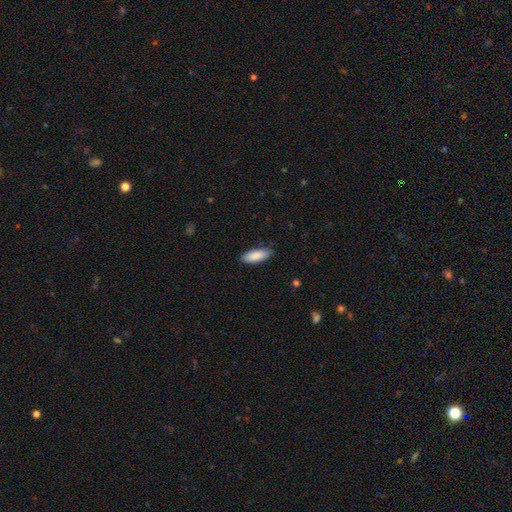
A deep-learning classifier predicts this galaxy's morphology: Smooth or featured? Predicted: smooth (p=0.88). How rounded? Predicted: in between (p=0.74). Merging? Predicted: none (p=0.85).